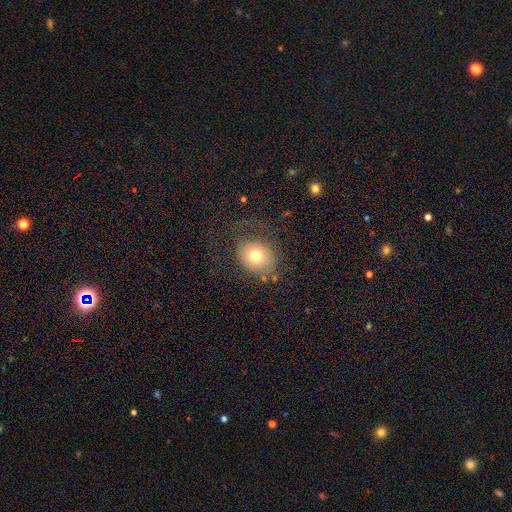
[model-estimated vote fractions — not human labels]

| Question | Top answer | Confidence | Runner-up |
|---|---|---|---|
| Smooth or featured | smooth | 70% | featured or disk (20%) |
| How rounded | round | 57% | in between (43%) |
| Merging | none | 59% | minor disturbance (20%) |